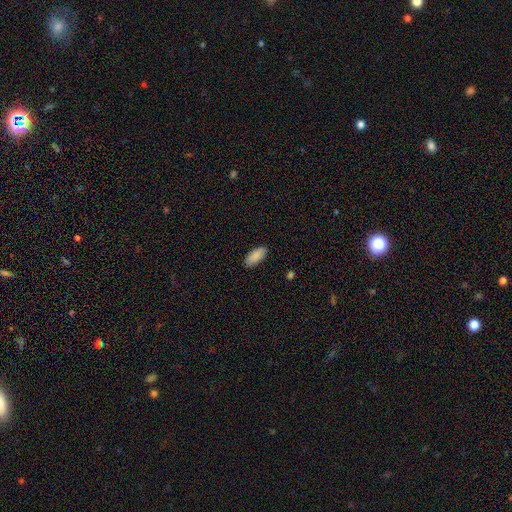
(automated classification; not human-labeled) This is clearly a smooth galaxy (90%). How rounded: clearly in between (90%). Merging: clearly none (89%).